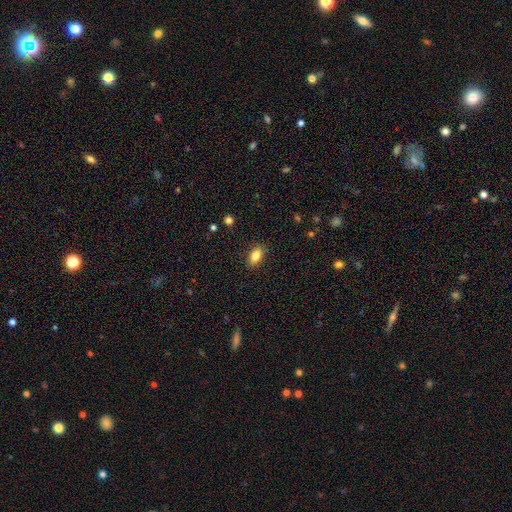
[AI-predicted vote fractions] smooth 83%, featured or disk 9%, star or artifact 8%. Down the decision tree: how rounded — in between (87%); merging — none (86%).